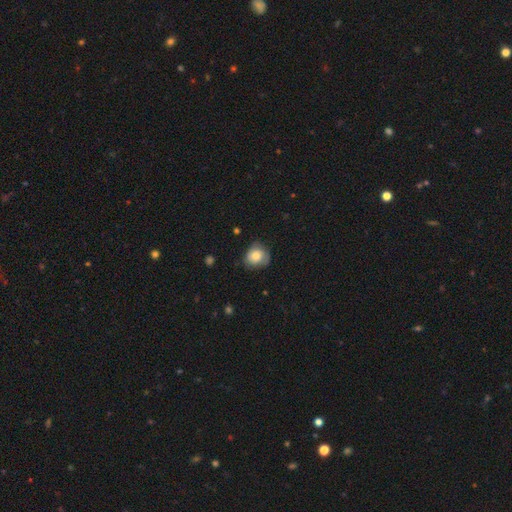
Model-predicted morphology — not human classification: Smooth or featured? smooth (74%)
How rounded? round (73%)
Merging? none (62%)